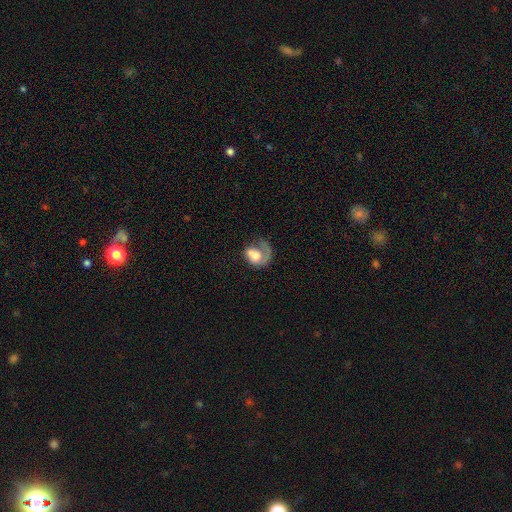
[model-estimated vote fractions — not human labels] Q: Smooth or featured?
A: featured or disk (58%); runner-up: smooth (35%)
Q: Edge-on disk?
A: no (98%); runner-up: yes (2%)
Q: Bar?
A: no (76%); runner-up: weak (20%)
Q: Spiral arms?
A: yes (77%); runner-up: no (23%)
Q: Bulge size?
A: moderate (44%); runner-up: large (29%)
Q: Merging?
A: major disturbance (42%); runner-up: none (31%)